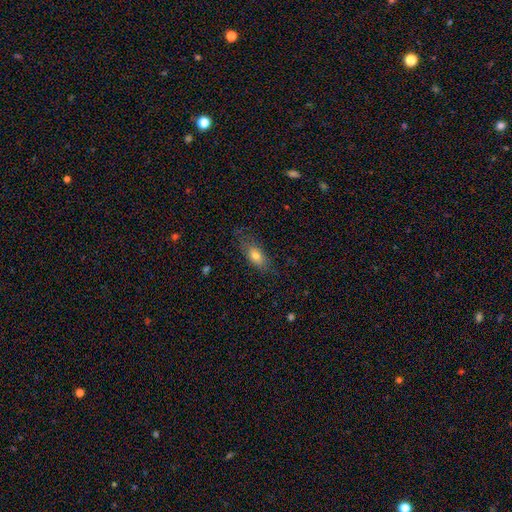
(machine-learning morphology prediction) Smooth or featured: smooth — 74% (featured or disk — 17%)
How rounded: in between — 81% (cigar-shaped — 13%)
Merging: none — 70% (minor disturbance — 21%)